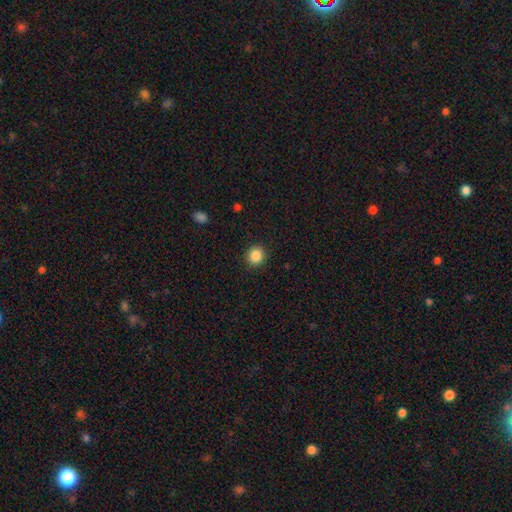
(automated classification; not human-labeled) Smooth or featured: smooth — 86% (star or artifact — 10%)
How rounded: round — 87% (in between — 12%)
Merging: none — 91% (minor disturbance — 6%)